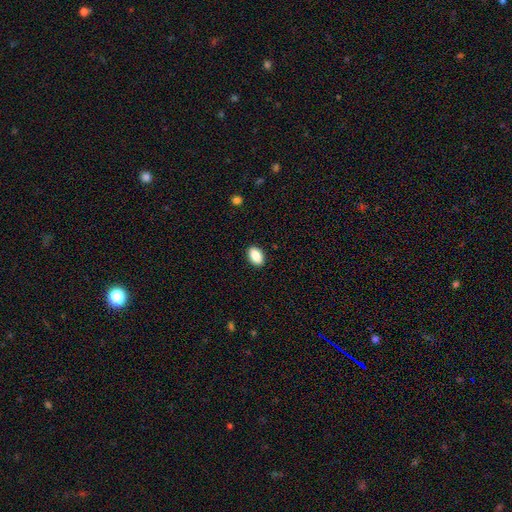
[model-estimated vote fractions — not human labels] This appears to be a smooth galaxy with no disk features (87%) that is in between round and cigar-shaped (90%). Merging: none (90%).